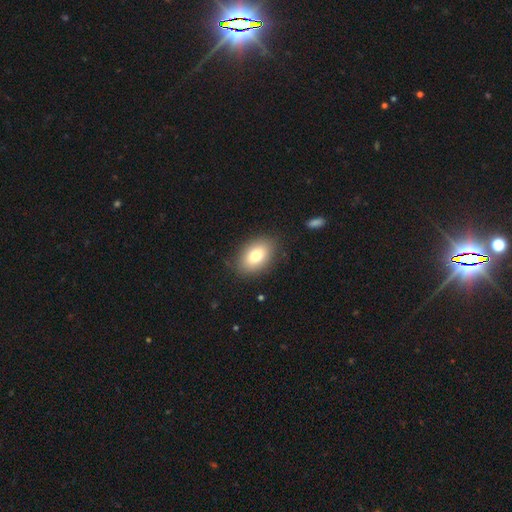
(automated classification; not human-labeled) Smooth or featured: smooth — 79% (featured or disk — 12%)
How rounded: in between — 87% (round — 11%)
Merging: none — 86% (minor disturbance — 10%)